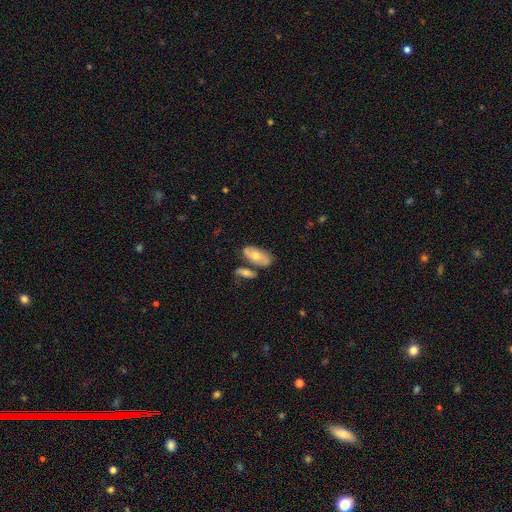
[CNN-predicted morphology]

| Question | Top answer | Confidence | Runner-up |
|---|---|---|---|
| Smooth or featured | smooth | 57% | featured or disk (37%) |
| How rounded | in between | 87% | cigar-shaped (9%) |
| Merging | none | 54% | merger (25%) |